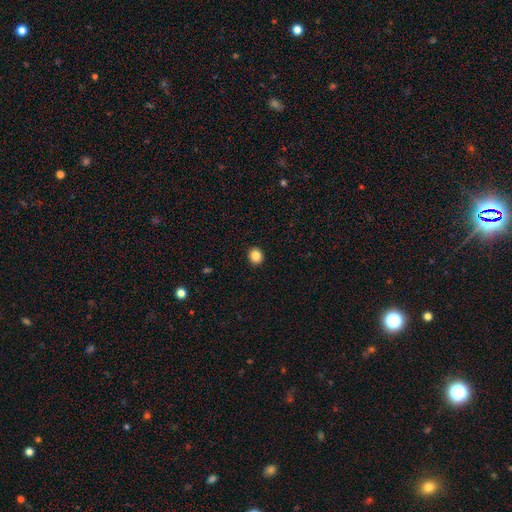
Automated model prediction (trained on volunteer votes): Overall: smooth (86%). How rounded: round (75%). Merging: none (92%).